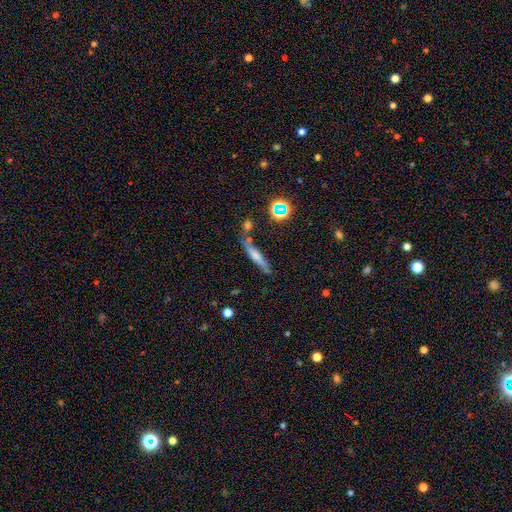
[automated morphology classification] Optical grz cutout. It shows a smooth galaxy with no disk features (53%) that is cigar-shaped (85%). Merging: none (64%).